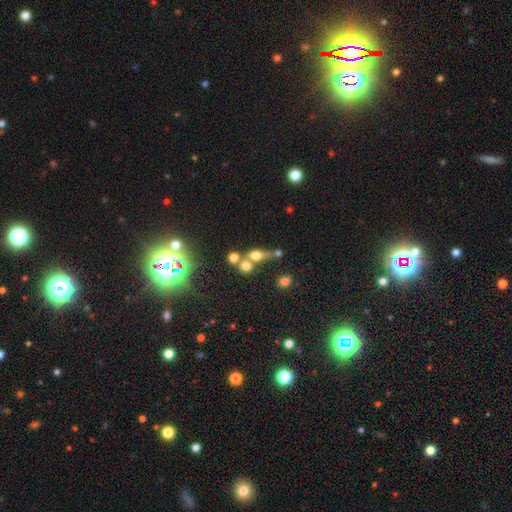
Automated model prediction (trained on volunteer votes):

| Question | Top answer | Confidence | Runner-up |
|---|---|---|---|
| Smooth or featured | smooth | 55% | featured or disk (25%) |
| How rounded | round | 46% | in between (38%) |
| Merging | merger | 44% | none (37%) |